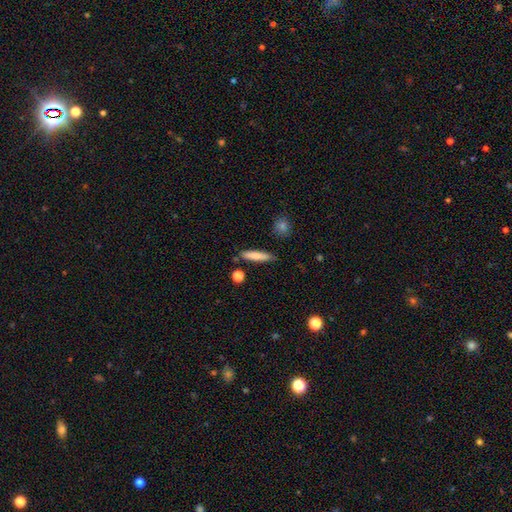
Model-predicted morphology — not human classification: Smooth or featured: smooth — 79% (featured or disk — 14%)
How rounded: cigar-shaped — 84% (in between — 14%)
Merging: none — 83% (minor disturbance — 11%)